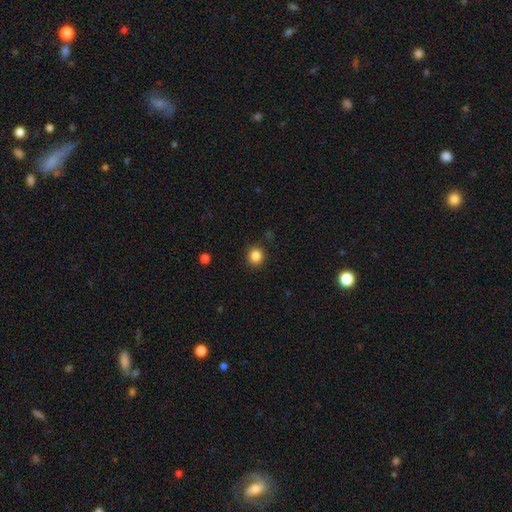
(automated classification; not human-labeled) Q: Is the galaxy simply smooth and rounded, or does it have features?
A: smooth — 85%.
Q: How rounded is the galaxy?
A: round — 92%.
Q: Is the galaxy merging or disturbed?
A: none — 90%.